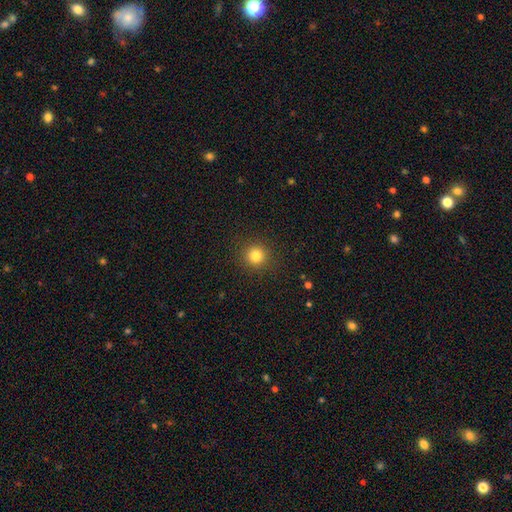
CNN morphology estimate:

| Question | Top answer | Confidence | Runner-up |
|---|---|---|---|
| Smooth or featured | smooth | 82% | star or artifact (13%) |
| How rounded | round | 94% | in between (5%) |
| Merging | none | 91% | minor disturbance (6%) |